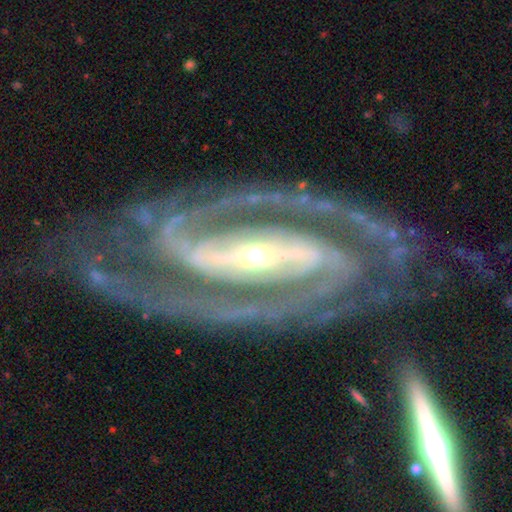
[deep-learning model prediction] Overall: featured or disk (92%). Edge-on disk: no (95%). Bar: strong (79%). Spiral arms: yes (97%). Spiral arm count: 2 (77%). Spiral winding: tight (46%; medium 43%). Bulge size: small (51%; moderate 42%). Merging: none (71%).